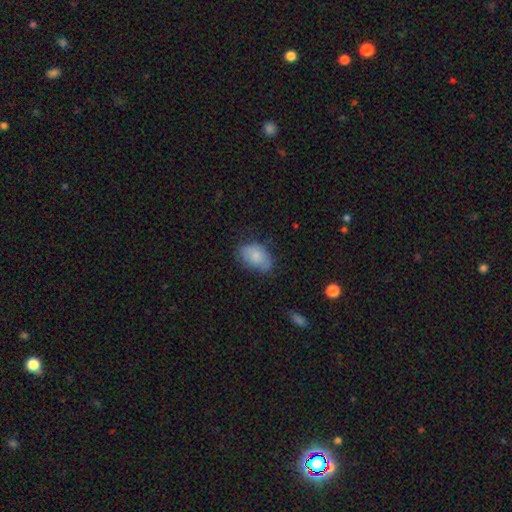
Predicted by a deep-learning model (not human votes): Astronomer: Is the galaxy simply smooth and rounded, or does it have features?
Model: smooth — 79%.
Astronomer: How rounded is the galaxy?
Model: in between — 88%.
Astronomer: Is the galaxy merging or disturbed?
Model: none — 63%.